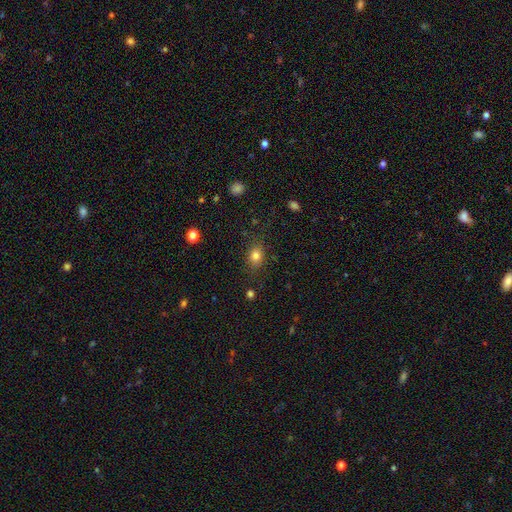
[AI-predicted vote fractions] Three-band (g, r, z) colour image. It shows a smooth galaxy with no disk features (80%) that is in between round and cigar-shaped (55%). Merging: none (81%).